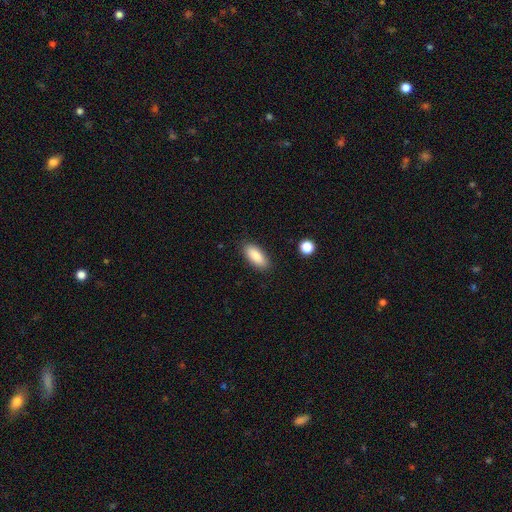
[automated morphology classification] A smooth galaxy with no disk features (87%) that is in between round and cigar-shaped (85%).

Vote fractions:
- Smooth or featured? smooth: 87% / star or artifact: 7% / featured or disk: 6%
- How rounded? in between: 85% / cigar-shaped: 13% / round: 2%
- Merging? none: 87% / minor disturbance: 10% / major disturbance: 2% / merger: 1%